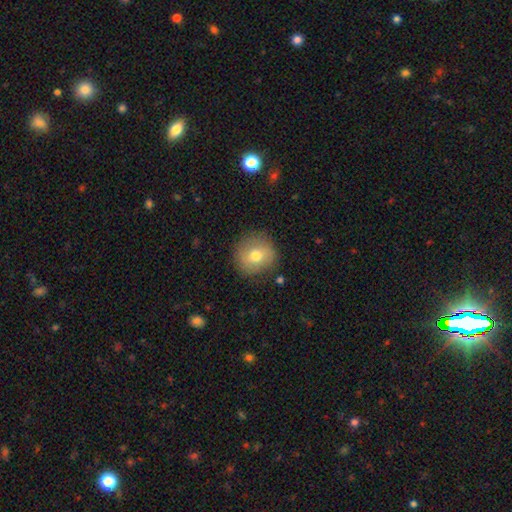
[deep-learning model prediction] Smooth or featured?
  - smooth: 71% *
  - featured or disk: 19%
  - star or artifact: 10%
How rounded?
  - round: 91% *
  - in between: 8%
  - cigar-shaped: 1%
Merging?
  - none: 85% *
  - minor disturbance: 10%
  - major disturbance: 3%
  - merger: 1%